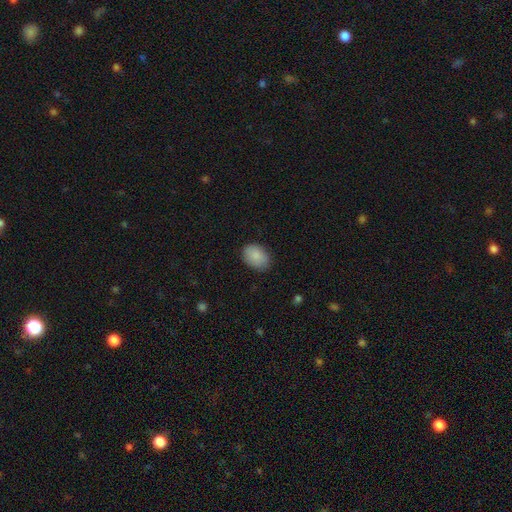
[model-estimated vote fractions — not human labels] The model was most divided on "how rounded": in between: 77%, round: 22%, cigar-shaped: 1%. More confident: smooth or featured — smooth (88%); merging — none (82%).